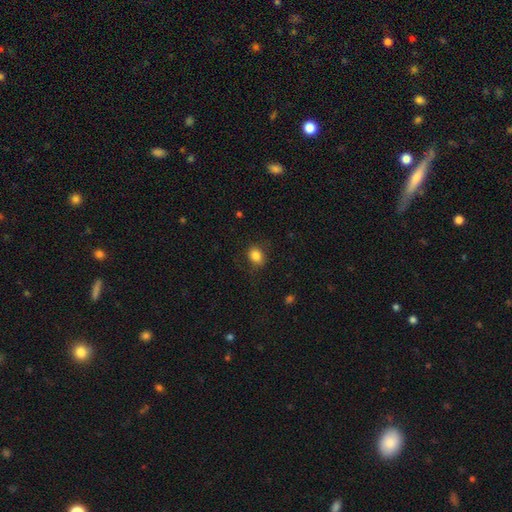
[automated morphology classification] smooth 84%, star or artifact 10%, featured or disk 6%. Down the decision tree: how rounded — in between (53%); merging — none (80%).